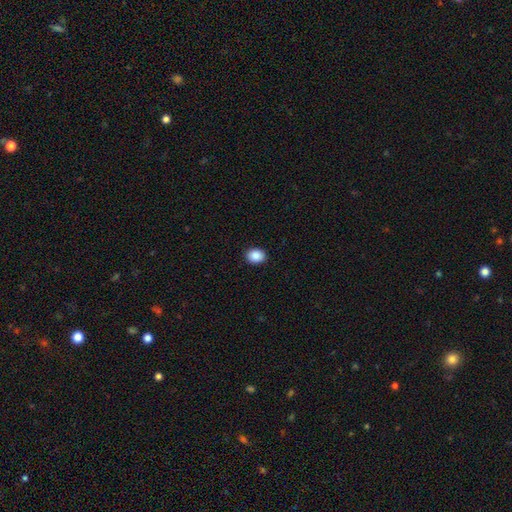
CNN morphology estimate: This is clearly a smooth galaxy (89%). How rounded: possibly in between (57%). Merging: clearly none (91%).